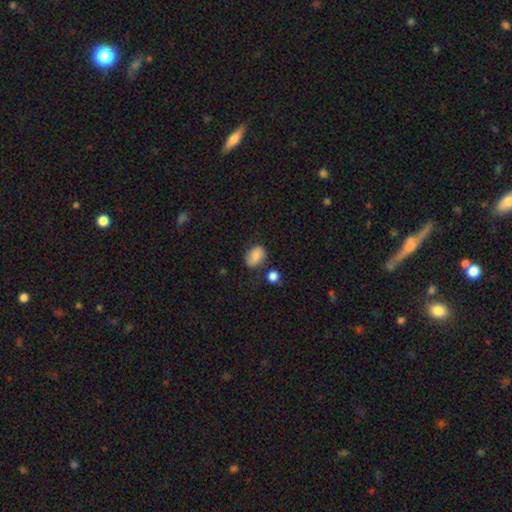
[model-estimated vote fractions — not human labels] A smooth galaxy with no disk features (77%) that is in between round and cigar-shaped (75%).

Vote fractions:
- Smooth or featured? smooth: 77% / featured or disk: 14% / star or artifact: 9%
- How rounded? in between: 75% / round: 23% / cigar-shaped: 1%
- Merging? none: 68% / minor disturbance: 20% / merger: 6% / major disturbance: 6%